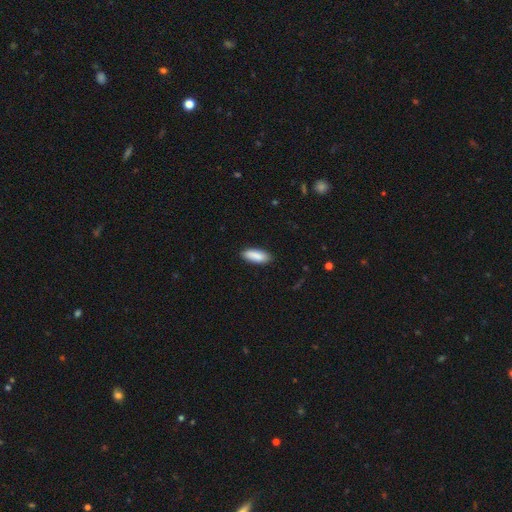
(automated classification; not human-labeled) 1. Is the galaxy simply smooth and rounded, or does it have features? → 89% smooth, 6% star or artifact, 5% featured or disk.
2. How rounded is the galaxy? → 76% in between, 23% cigar-shaped, 2% round.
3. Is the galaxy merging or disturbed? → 87% none, 10% minor disturbance, 2% major disturbance, 1% merger.